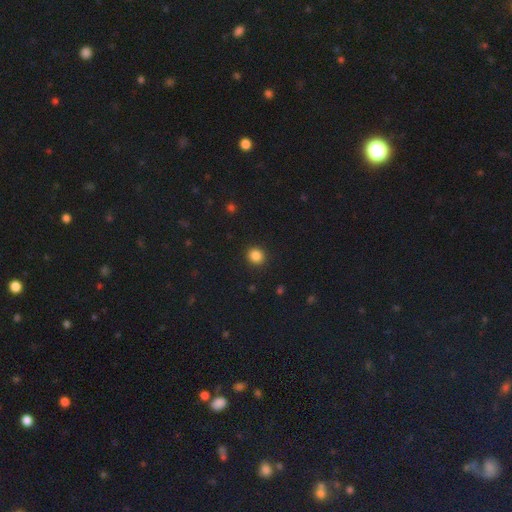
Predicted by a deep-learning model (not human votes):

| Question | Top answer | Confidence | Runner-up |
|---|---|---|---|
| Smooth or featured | smooth | 85% | star or artifact (11%) |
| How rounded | round | 86% | in between (13%) |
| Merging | none | 92% | minor disturbance (5%) |